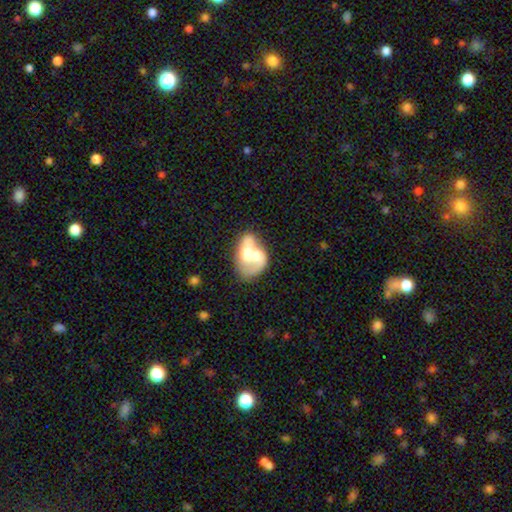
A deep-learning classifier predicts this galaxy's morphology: Overall: featured or disk (50%; smooth 43%). Merging: merger (68%).